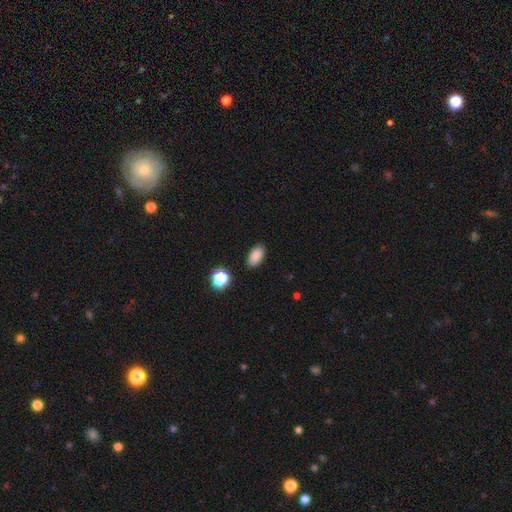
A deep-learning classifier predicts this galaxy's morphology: Q: Smooth or featured?
A: smooth (86%); runner-up: star or artifact (10%)
Q: How rounded?
A: in between (91%); runner-up: round (6%)
Q: Merging?
A: none (87%); runner-up: minor disturbance (9%)